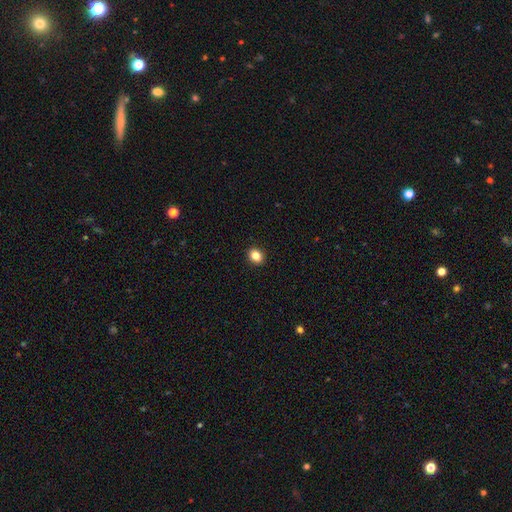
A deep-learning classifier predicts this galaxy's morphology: Smooth or featured? smooth (84%)
How rounded? round (59%)
Merging? none (92%)